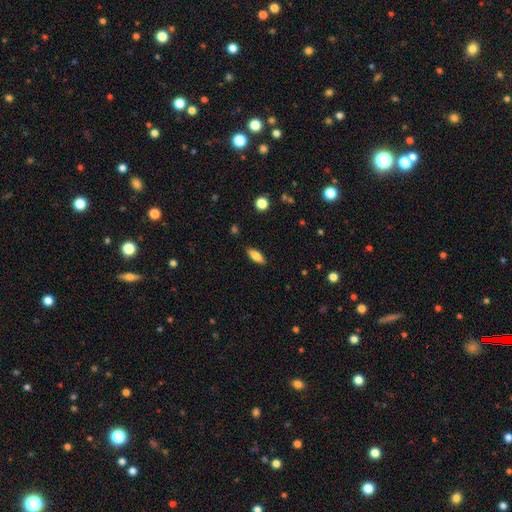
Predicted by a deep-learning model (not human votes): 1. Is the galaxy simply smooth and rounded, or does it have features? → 77% smooth, 16% featured or disk, 7% star or artifact.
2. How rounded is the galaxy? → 70% in between, 28% cigar-shaped, 2% round.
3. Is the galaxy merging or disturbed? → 88% none, 9% minor disturbance, 2% major disturbance, 1% merger.